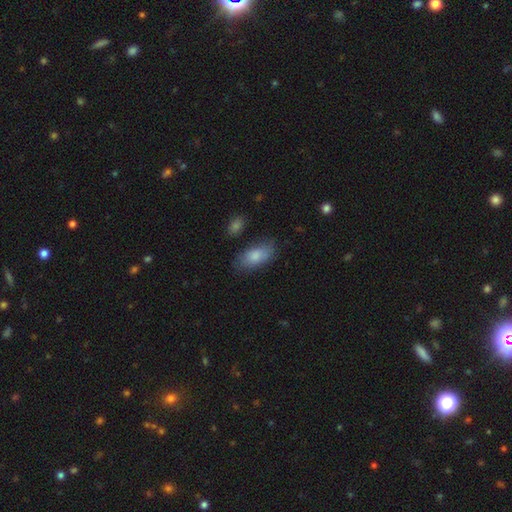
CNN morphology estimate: smooth_or_featured: smooth (p=0.82) [alt: featured or disk p=0.12]
how_rounded: in between (p=0.91) [alt: cigar-shaped p=0.06]
merging: none (p=0.71) [alt: minor disturbance p=0.19]